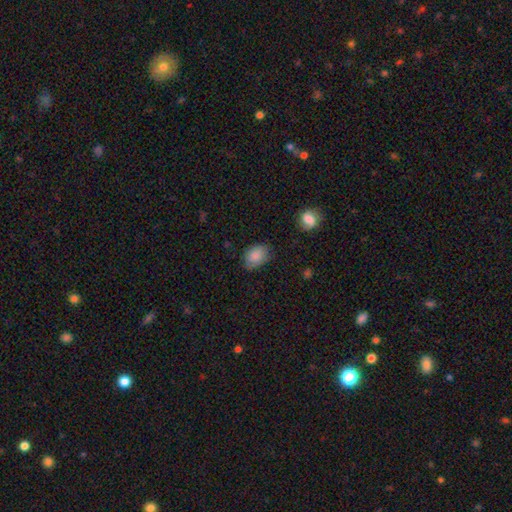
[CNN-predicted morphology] Overall: smooth (86%). How rounded: in between (81%). Merging: none (74%).